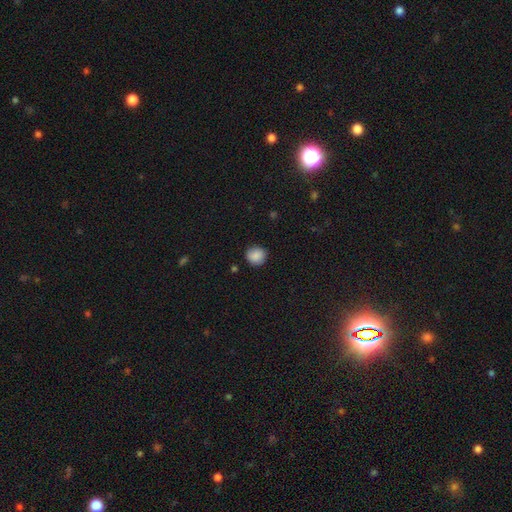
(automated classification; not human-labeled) Smooth or featured? Predicted: smooth (p=0.87). How rounded? Predicted: round (p=0.91). Merging? Predicted: none (p=0.87).